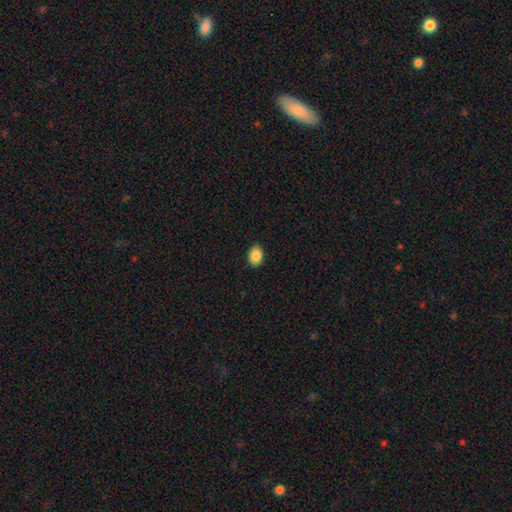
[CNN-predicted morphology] smooth 88%, star or artifact 8%, featured or disk 4%. Down the decision tree: how rounded — in between (77%); merging — none (90%).